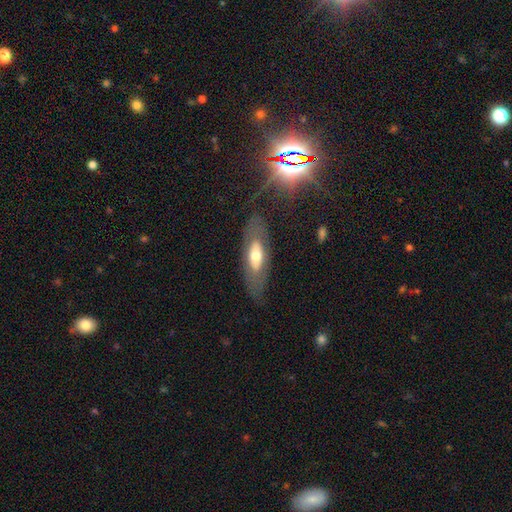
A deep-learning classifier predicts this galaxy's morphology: featured or disk 48%, smooth 46%, star or artifact 7%. Down the decision tree: merging — none (75%).